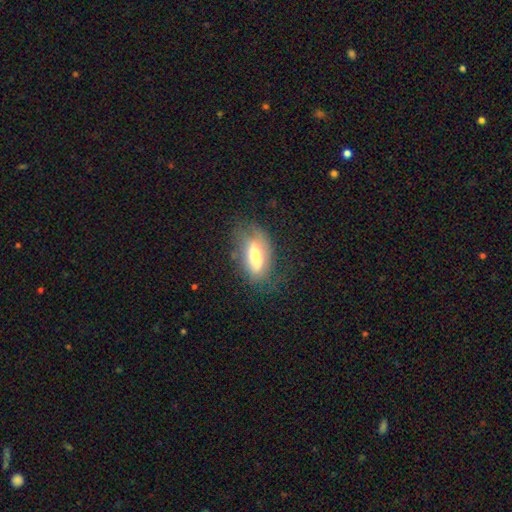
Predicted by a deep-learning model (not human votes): Q: Smooth or featured?
A: smooth (60%); runner-up: featured or disk (32%)
Q: How rounded?
A: in between (85%); runner-up: cigar-shaped (11%)
Q: Merging?
A: none (63%); runner-up: minor disturbance (24%)